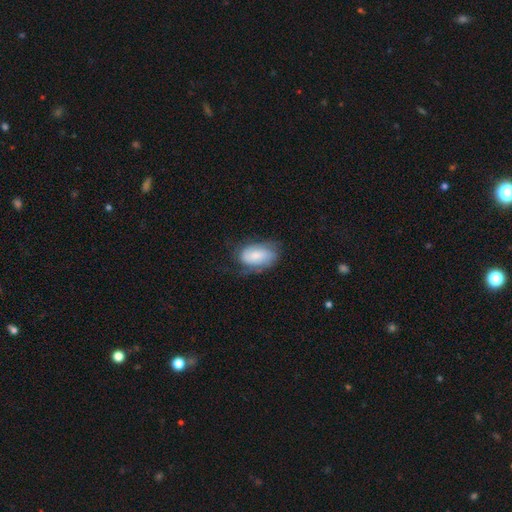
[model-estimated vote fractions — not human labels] Smooth or featured? smooth (50%)
How rounded? in between (91%)
Merging? none (55%)